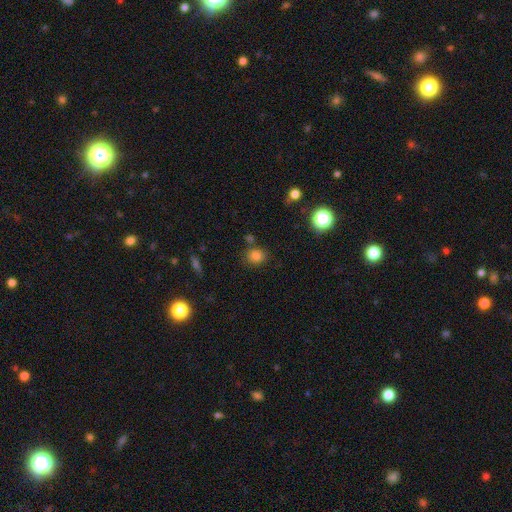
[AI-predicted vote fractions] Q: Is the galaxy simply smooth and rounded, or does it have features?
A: smooth — 80%.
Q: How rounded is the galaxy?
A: round — 74%.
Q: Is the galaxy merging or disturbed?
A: none — 76%.